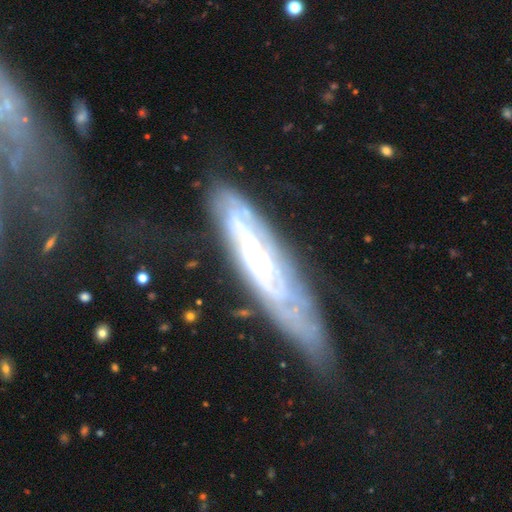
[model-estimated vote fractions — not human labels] smooth_or_featured: featured or disk (p=0.82) [alt: smooth p=0.12]
disk_edge_on: no (p=0.64) [alt: yes p=0.36]
bar: no (p=0.65) [alt: weak p=0.22]
has_spiral_arms: yes (p=0.81) [alt: no p=0.19]
bulge_size: moderate (p=0.47) [alt: small p=0.39]
merging: none (p=0.59) [alt: minor disturbance p=0.24]